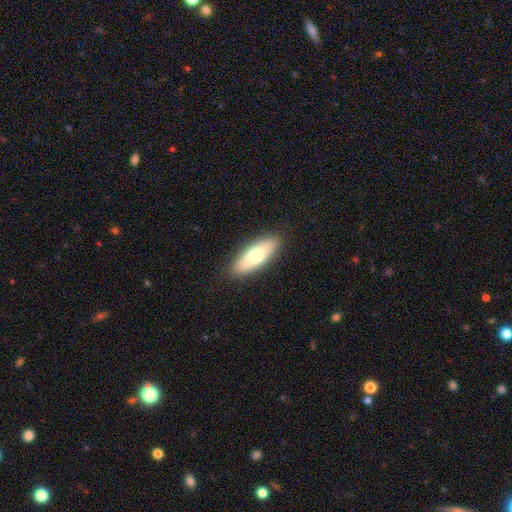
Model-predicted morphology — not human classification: Smooth or featured? smooth (66%)
How rounded? in between (67%)
Merging? none (89%)